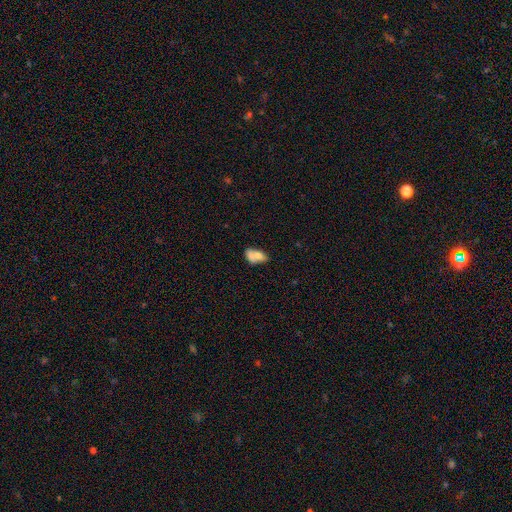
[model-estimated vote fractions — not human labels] This appears to be a smooth galaxy with no disk features (68%) that is in between round and cigar-shaped (85%). Merging: merger (44%).